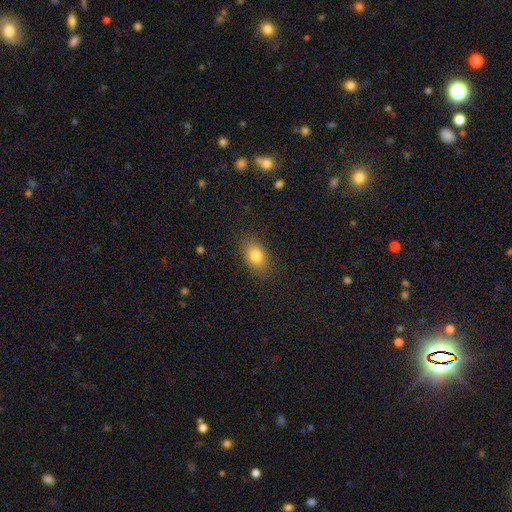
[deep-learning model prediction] This is clearly a smooth galaxy (82%). How rounded: likely in between (78%). Merging: clearly none (84%).